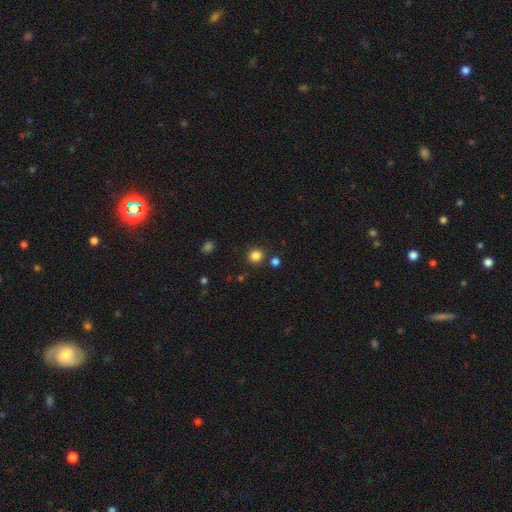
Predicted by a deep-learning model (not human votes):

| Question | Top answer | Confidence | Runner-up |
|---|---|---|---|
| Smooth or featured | smooth | 84% | star or artifact (12%) |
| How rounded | round | 90% | in between (9%) |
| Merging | none | 86% | minor disturbance (7%) |